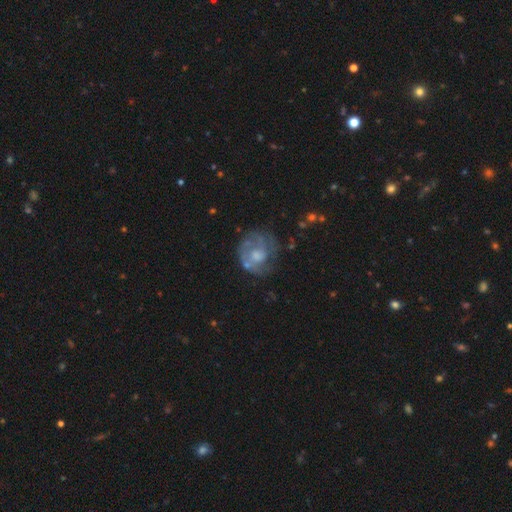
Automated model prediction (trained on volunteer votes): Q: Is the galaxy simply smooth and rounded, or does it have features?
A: featured or disk — 69%.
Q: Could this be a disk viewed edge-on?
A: no — 98%.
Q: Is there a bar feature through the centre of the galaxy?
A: no — 70%.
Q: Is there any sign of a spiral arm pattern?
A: yes — 75%.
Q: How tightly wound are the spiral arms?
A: tight — 50%.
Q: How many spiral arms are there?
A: can't tell — 35%.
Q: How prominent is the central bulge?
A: moderate — 51%.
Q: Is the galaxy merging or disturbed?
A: none — 60%.